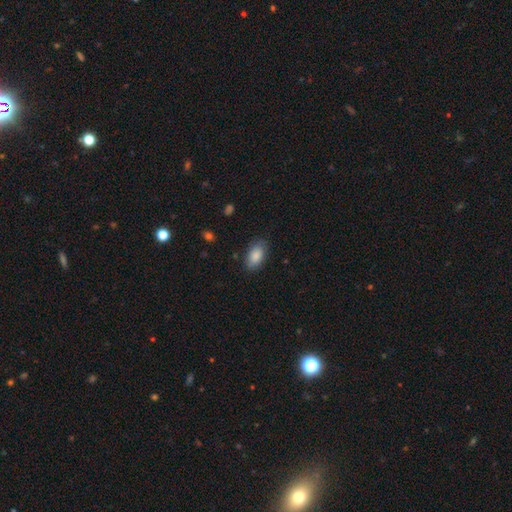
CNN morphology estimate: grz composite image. It shows a smooth galaxy with no disk features (87%) that is in between round and cigar-shaped (93%). Merging: none (82%).